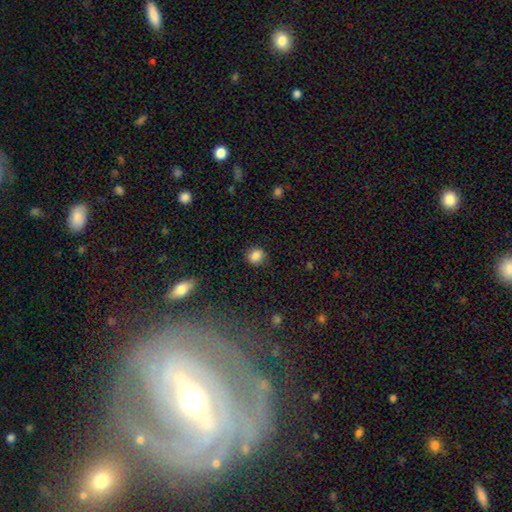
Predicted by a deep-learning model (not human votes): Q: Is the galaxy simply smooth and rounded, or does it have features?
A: smooth — 85%.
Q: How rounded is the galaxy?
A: round — 77%.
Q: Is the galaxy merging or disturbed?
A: none — 84%.